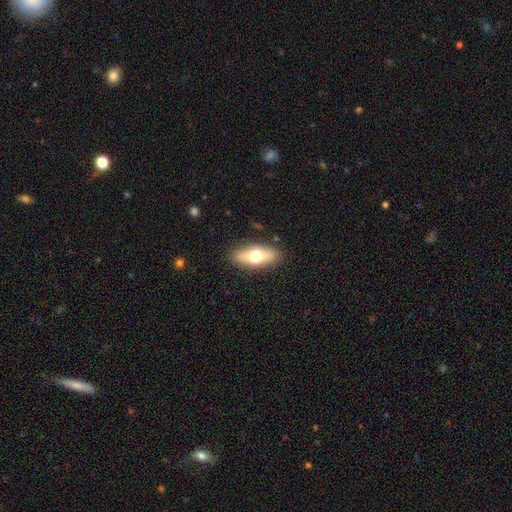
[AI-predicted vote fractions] smooth 62%, featured or disk 32%, star or artifact 7%. Down the decision tree: how rounded — in between (72%); merging — none (87%).